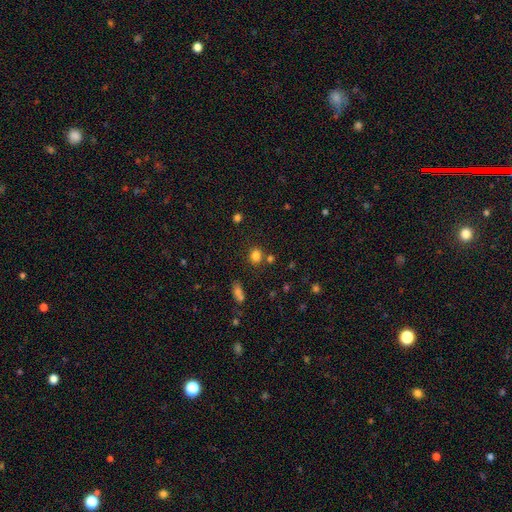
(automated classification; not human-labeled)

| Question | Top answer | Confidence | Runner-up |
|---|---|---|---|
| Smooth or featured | smooth | 81% | star or artifact (14%) |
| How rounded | round | 62% | in between (37%) |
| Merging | none | 76% | minor disturbance (11%) |